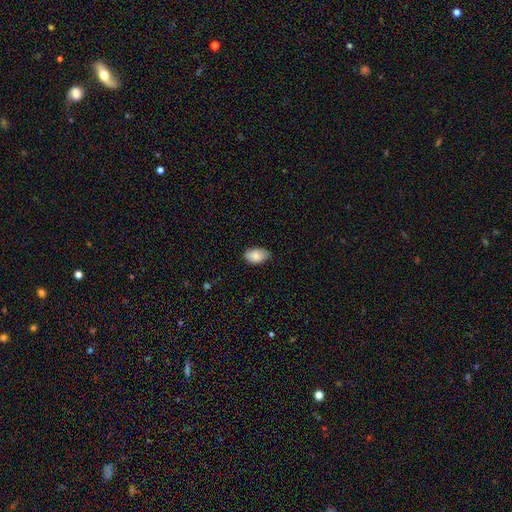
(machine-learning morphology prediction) This appears to be a smooth galaxy with no disk features (80%) that is in between round and cigar-shaped (91%). Merging: none (72%).